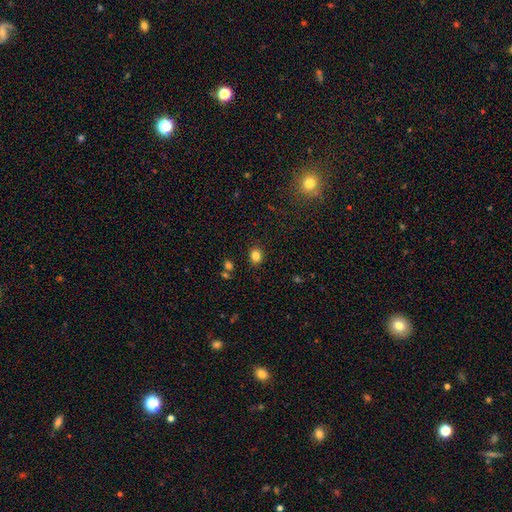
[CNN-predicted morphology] Smooth or featured: smooth — 83% (star or artifact — 12%)
How rounded: round — 56% (in between — 43%)
Merging: none — 87% (minor disturbance — 8%)